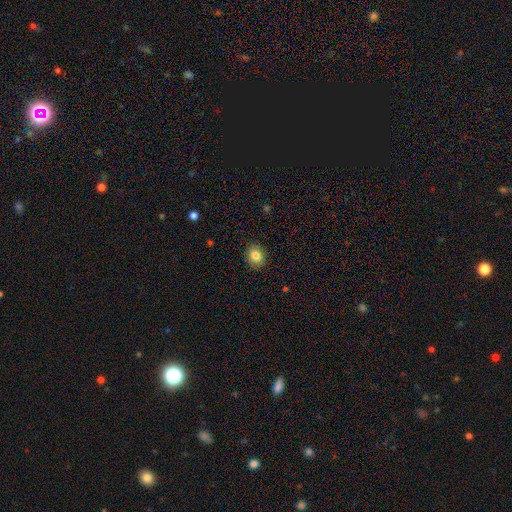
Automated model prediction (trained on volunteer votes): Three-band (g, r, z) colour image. It shows a smooth galaxy with no disk features (84%) that is round (66%). Merging: none (89%).